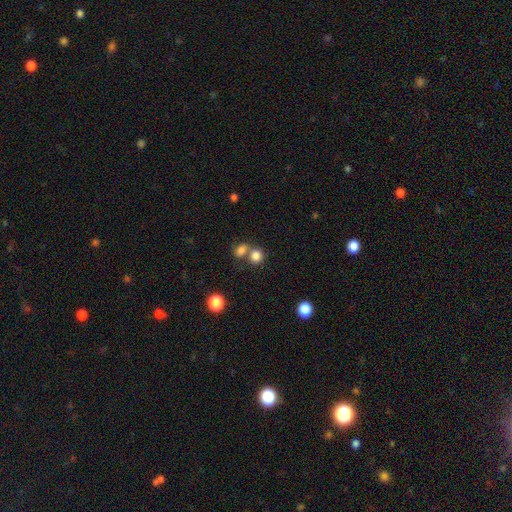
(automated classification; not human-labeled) Smooth or featured?
  - smooth: 82% *
  - star or artifact: 11%
  - featured or disk: 7%
How rounded?
  - round: 74% *
  - in between: 25%
  - cigar-shaped: 1%
Merging?
  - none: 46% *
  - merger: 42%
  - minor disturbance: 8%
  - major disturbance: 4%